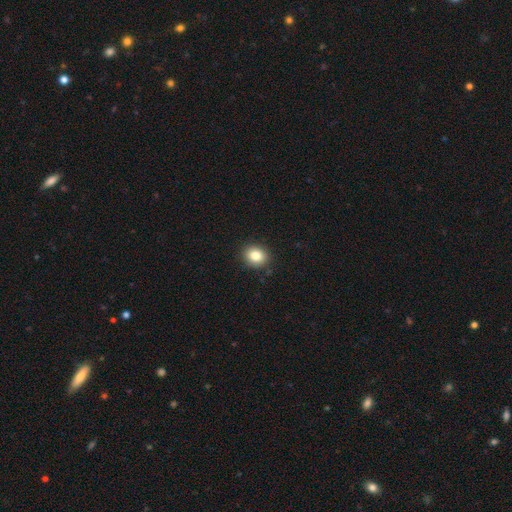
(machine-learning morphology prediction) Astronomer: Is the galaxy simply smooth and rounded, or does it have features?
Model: smooth — 84%.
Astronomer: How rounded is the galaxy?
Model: round — 62%.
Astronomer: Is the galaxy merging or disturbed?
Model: none — 89%.